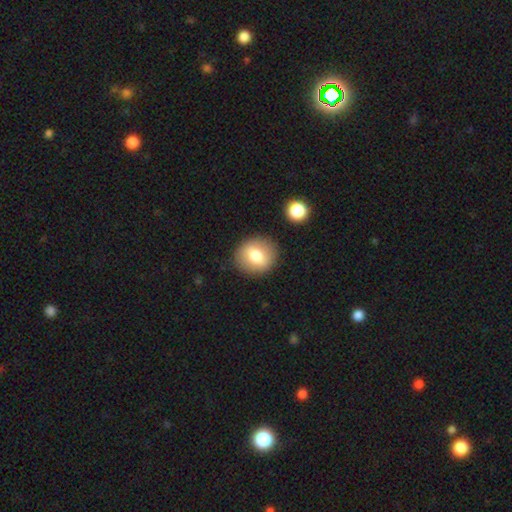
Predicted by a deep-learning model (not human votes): Morphology: type=smooth (72%); roundness=round (77%); merging=none (87%).